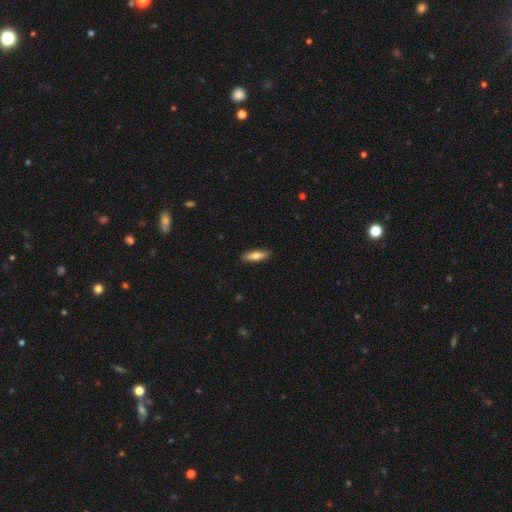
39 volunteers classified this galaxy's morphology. A smooth galaxy with no disk features (69%) that is in between round and cigar-shaped (59%). Merging: none (91%).